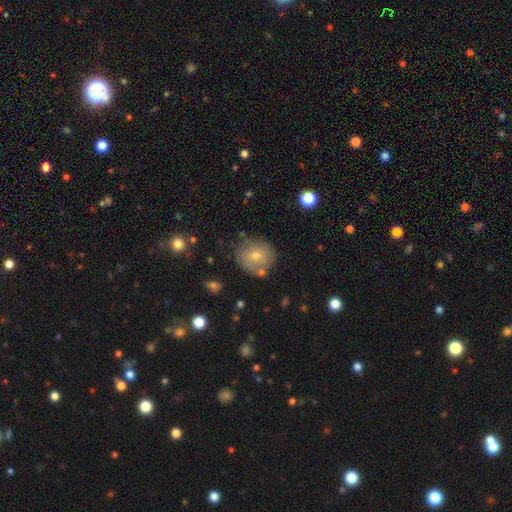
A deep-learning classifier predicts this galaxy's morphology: Smooth or featured? Predicted: smooth (p=0.62). How rounded? Predicted: round (p=0.89). Merging? Predicted: none (p=0.78).